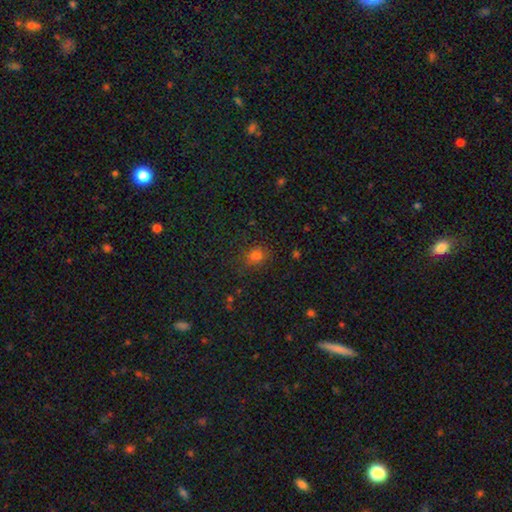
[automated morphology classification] A smooth galaxy with no disk features (78%) that is round (73%). Merging: none (81%).